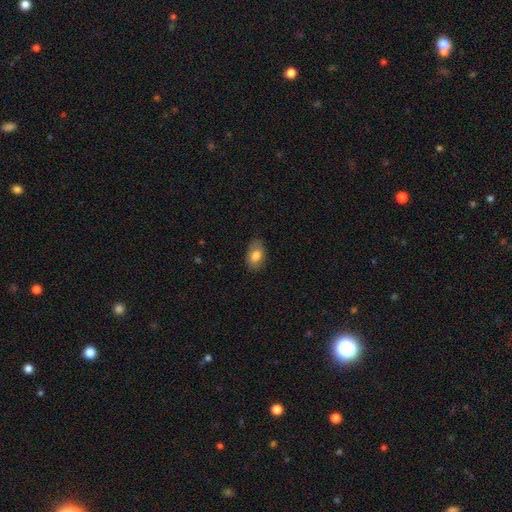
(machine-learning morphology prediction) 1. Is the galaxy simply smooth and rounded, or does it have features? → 79% smooth, 14% featured or disk, 7% star or artifact.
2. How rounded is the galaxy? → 90% in between, 9% round, 2% cigar-shaped.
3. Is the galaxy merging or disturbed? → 77% none, 19% minor disturbance, 4% major disturbance, 1% merger.